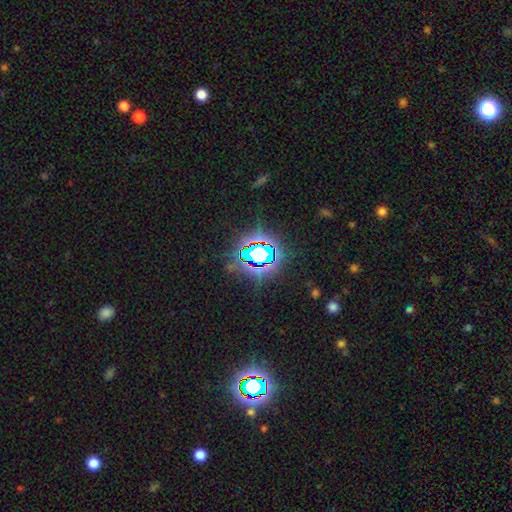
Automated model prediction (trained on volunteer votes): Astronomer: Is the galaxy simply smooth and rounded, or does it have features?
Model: star or artifact — 77%.